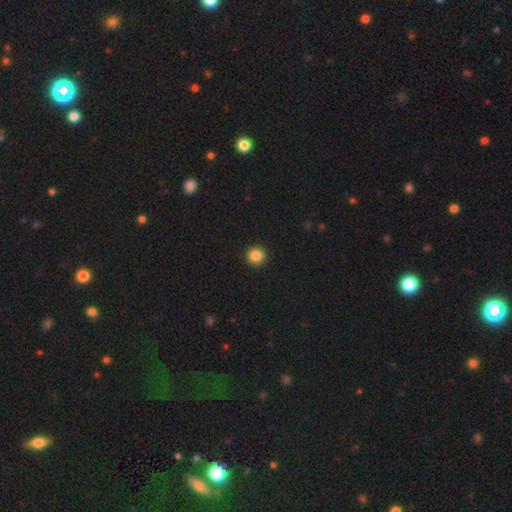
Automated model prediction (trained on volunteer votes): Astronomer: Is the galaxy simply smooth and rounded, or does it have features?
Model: smooth — 86%.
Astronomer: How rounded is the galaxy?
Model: round — 96%.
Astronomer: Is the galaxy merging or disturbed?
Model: none — 94%.